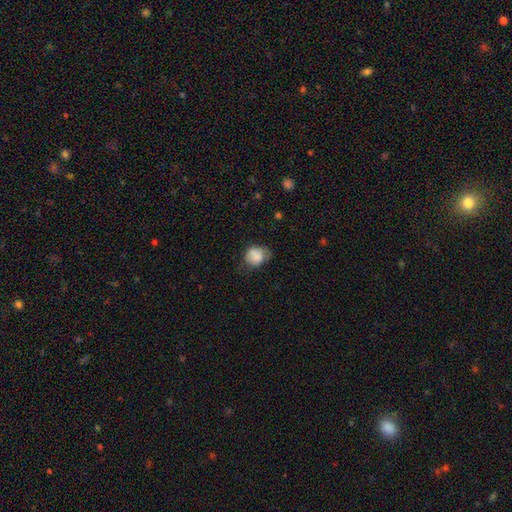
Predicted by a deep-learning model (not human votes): A smooth galaxy with no disk features (82%) that is round (61%). Merging: none (47%).